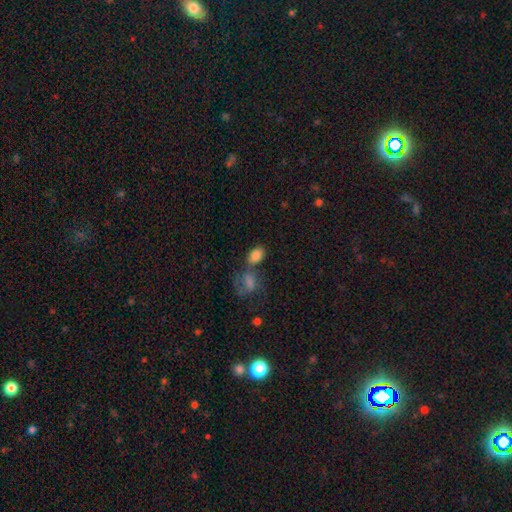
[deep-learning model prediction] Smooth or featured: smooth — 82% (featured or disk — 9%)
How rounded: in between — 84% (round — 15%)
Merging: none — 42% (merger — 37%)